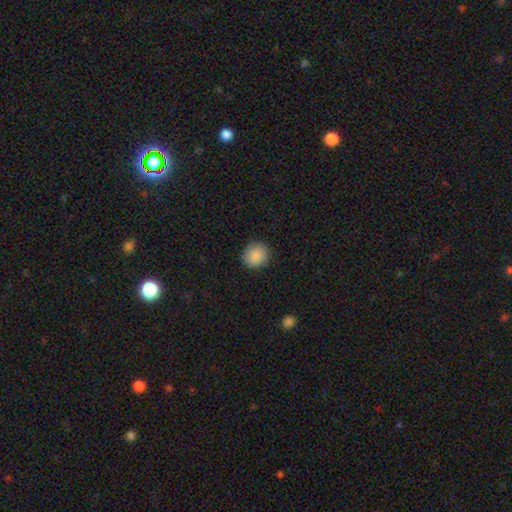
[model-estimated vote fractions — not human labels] The model was most divided on "how rounded": round: 87%, in between: 12%, cigar-shaped: 1%. More confident: merging — none (89%); smooth or featured — smooth (88%).